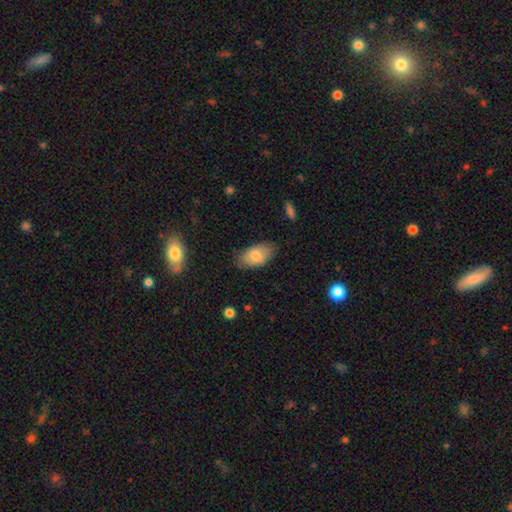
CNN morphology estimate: smooth-or-featured: smooth: 80% | featured or disk: 13% | star or artifact: 7%
  how-rounded: in between: 93% | round: 5% | cigar-shaped: 2%
  merging: none: 77% | minor disturbance: 18% | major disturbance: 4% | merger: 1%